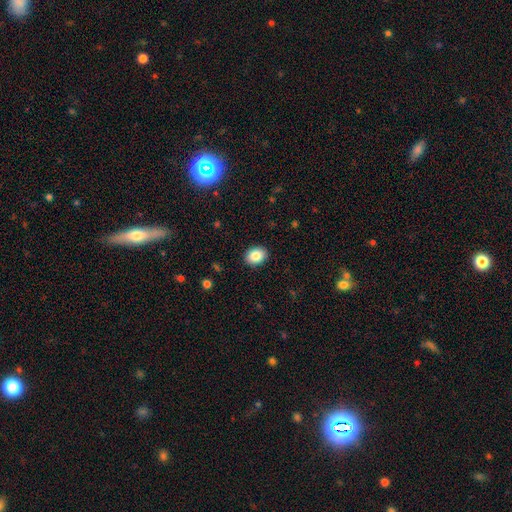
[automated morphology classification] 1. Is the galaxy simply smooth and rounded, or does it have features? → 86% smooth, 8% star or artifact, 5% featured or disk.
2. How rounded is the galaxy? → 64% in between, 35% round, 1% cigar-shaped.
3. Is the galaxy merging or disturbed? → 90% none, 7% minor disturbance, 2% major disturbance, 1% merger.